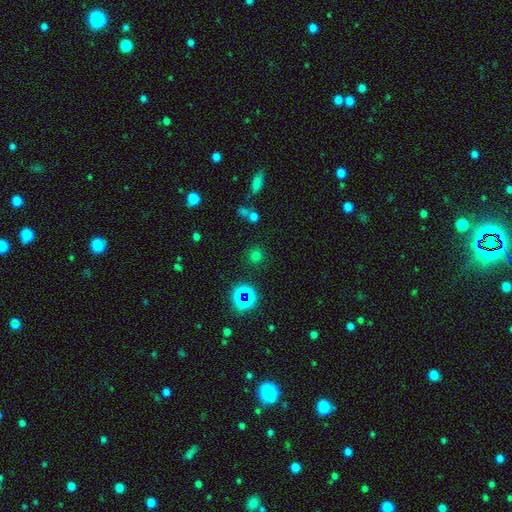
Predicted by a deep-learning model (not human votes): This appears to be a smooth galaxy with no disk features (65%) that is round (90%). Merging: none (81%).